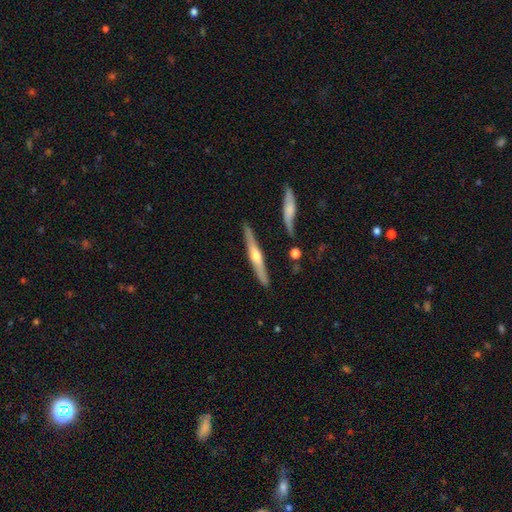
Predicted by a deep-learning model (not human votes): Overall: featured or disk (65%; smooth 29%). Edge-on disk: yes (96%). Edge-on bulge: rounded (89%). Merging: none (87%).